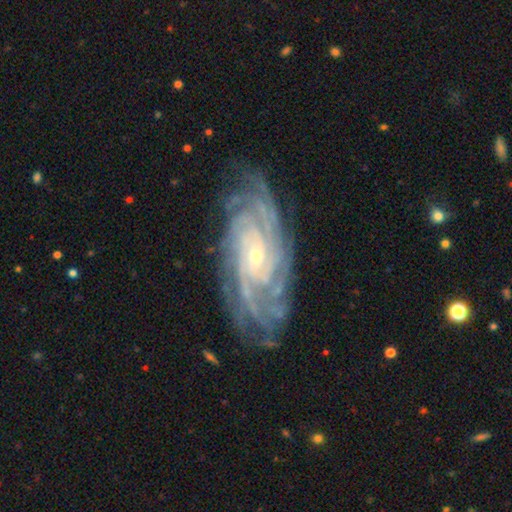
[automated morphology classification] This appears to be a featured or disk galaxy (91%) with no bar (63%), more than 4 (29%) tight (81%) spiral arms (98%) and a small central bulge (73%). Merging: none (79%).